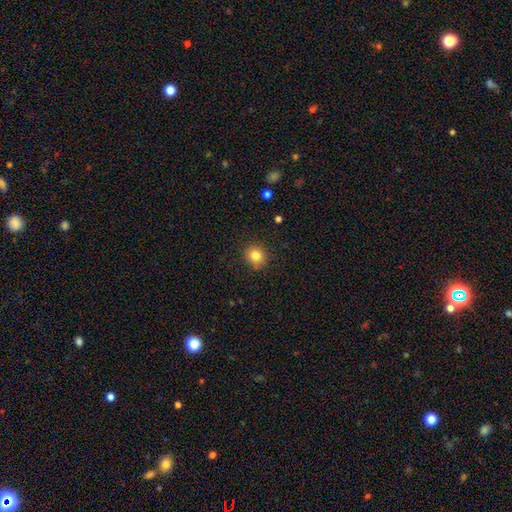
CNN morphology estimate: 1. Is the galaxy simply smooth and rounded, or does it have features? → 83% smooth, 11% star or artifact, 6% featured or disk.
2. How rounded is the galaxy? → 85% round, 14% in between, 1% cigar-shaped.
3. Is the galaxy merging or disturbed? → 88% none, 8% minor disturbance, 2% major disturbance, 1% merger.